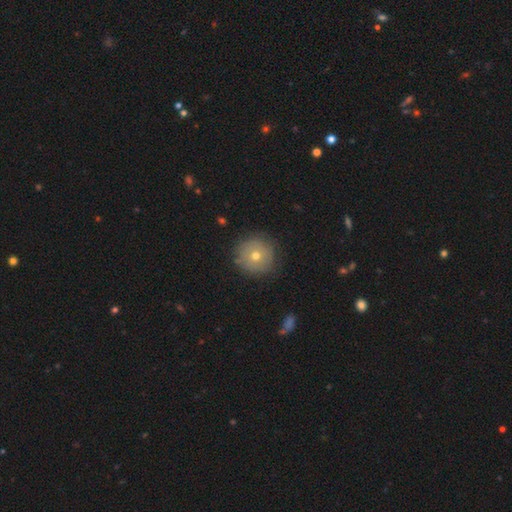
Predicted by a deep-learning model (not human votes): Q: Smooth or featured?
A: smooth (64%); runner-up: featured or disk (24%)
Q: How rounded?
A: round (95%); runner-up: in between (4%)
Q: Merging?
A: none (85%); runner-up: minor disturbance (11%)